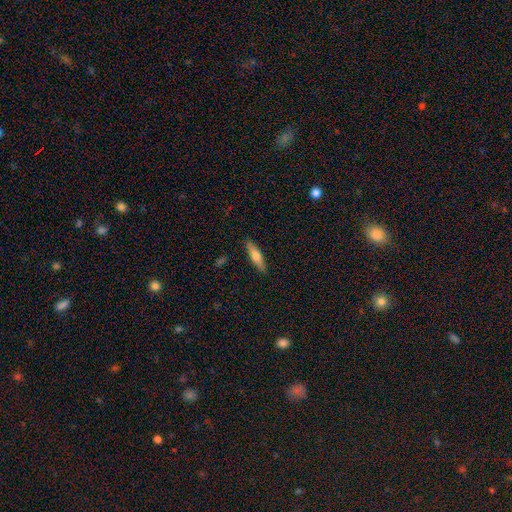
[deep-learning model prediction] smooth-or-featured: smooth: 64% | featured or disk: 30% | star or artifact: 6%
  how-rounded: cigar-shaped: 70% | in between: 28% | round: 2%
  merging: none: 88% | minor disturbance: 8% | major disturbance: 2% | merger: 1%